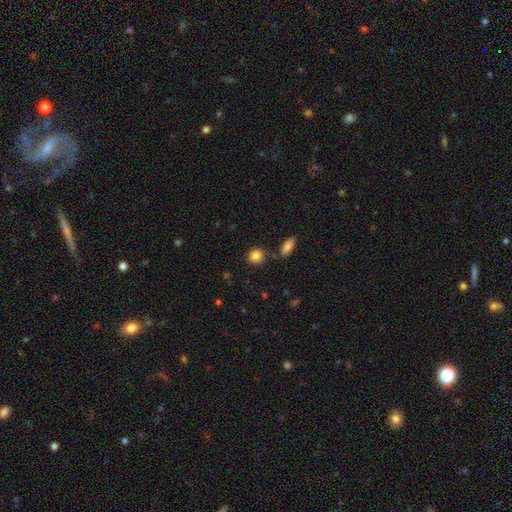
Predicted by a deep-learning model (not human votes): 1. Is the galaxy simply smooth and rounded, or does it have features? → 85% smooth, 9% star or artifact, 6% featured or disk.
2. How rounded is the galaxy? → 83% round, 15% in between, 1% cigar-shaped.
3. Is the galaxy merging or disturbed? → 81% none, 11% minor disturbance, 6% merger, 3% major disturbance.